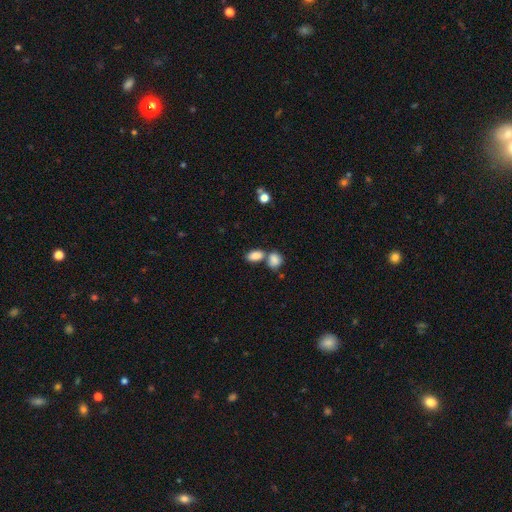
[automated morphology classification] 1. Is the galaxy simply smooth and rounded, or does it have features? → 85% smooth, 8% star or artifact, 7% featured or disk.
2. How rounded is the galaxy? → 88% in between, 10% round, 2% cigar-shaped.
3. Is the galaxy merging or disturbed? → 47% merger, 40% none, 10% minor disturbance, 4% major disturbance.